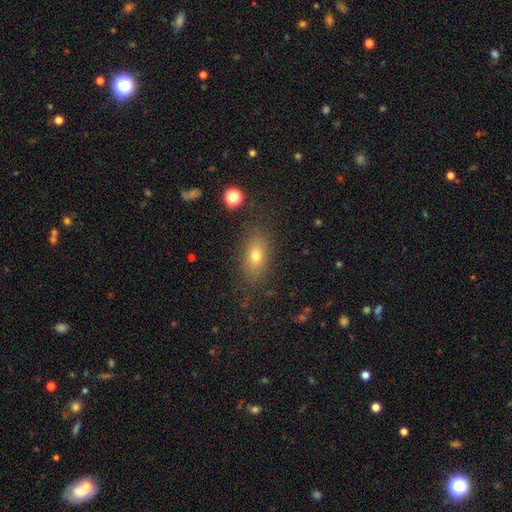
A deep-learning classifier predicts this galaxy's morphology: The model was most divided on "smooth or featured": smooth: 72%, featured or disk: 15%, star or artifact: 13%. More confident: merging — none (82%); how rounded — in between (80%).